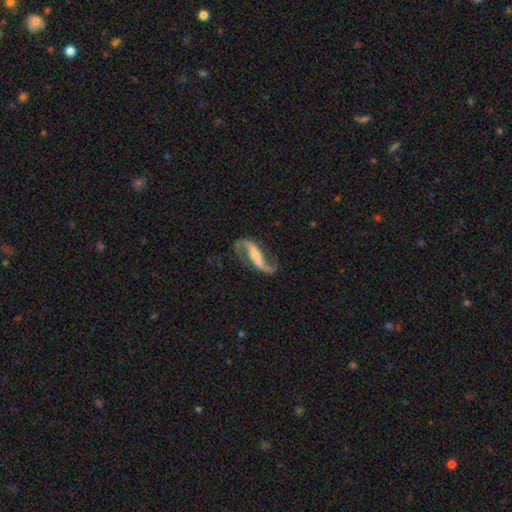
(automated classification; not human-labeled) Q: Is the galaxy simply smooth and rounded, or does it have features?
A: featured or disk — 89%.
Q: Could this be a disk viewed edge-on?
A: no — 93%.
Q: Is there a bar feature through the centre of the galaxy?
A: strong — 45%.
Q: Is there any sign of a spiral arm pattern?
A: yes — 96%.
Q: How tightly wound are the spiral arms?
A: loose — 80%.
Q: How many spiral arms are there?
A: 2 — 92%.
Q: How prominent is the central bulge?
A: small — 43%.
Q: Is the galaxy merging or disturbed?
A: none — 72%.